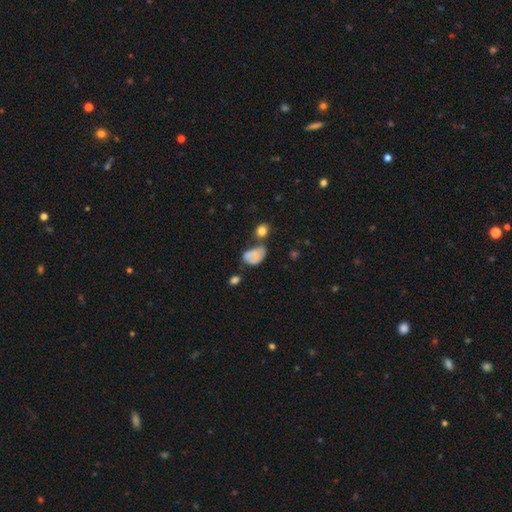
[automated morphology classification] smooth-or-featured: smooth: 63% | featured or disk: 26% | star or artifact: 10%
  how-rounded: in between: 81% | round: 18% | cigar-shaped: 1%
  merging: none: 37% | minor disturbance: 29% | merger: 19% | major disturbance: 15%